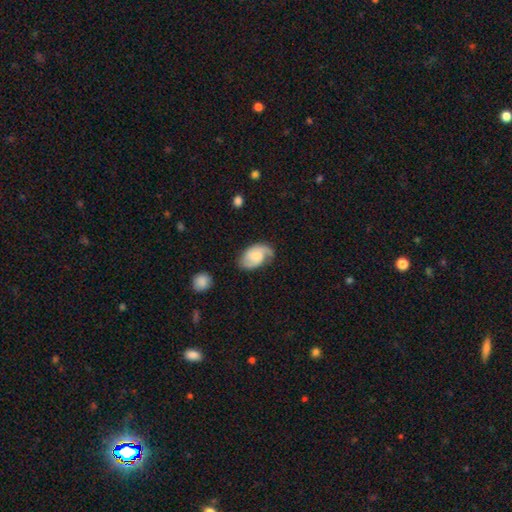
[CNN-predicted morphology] type=featured or disk (61%); edge-on=no (97%); bar=no (58%); spiral arms=yes (91%); winding=medium (43%); arm count=2 (61%); bulge=small (41%); merging=none (57%).